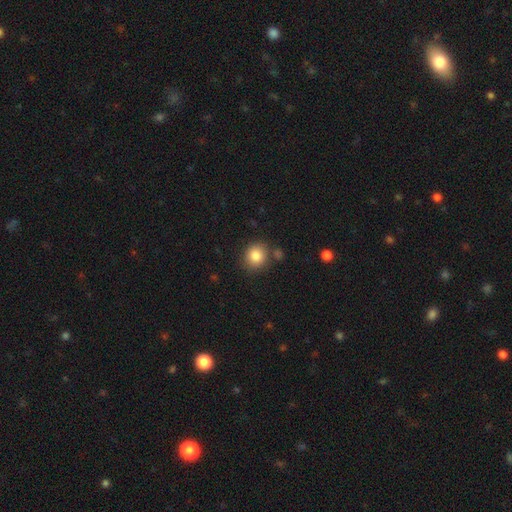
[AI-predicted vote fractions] smooth 84%, star or artifact 10%, featured or disk 7%. Down the decision tree: how rounded — round (83%); merging — none (79%).